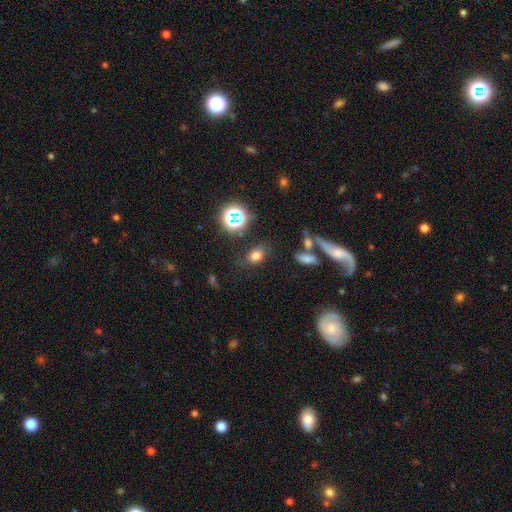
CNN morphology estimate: Smooth or featured? Predicted: smooth (p=0.73). How rounded? Predicted: in between (p=0.68). Merging? Predicted: none (p=0.71).